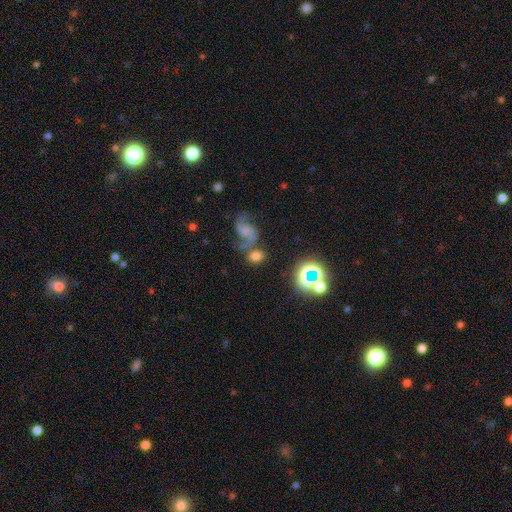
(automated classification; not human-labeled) This is possibly a smooth galaxy (51%). How rounded: possibly round (49%). Merging: possibly none (49%).